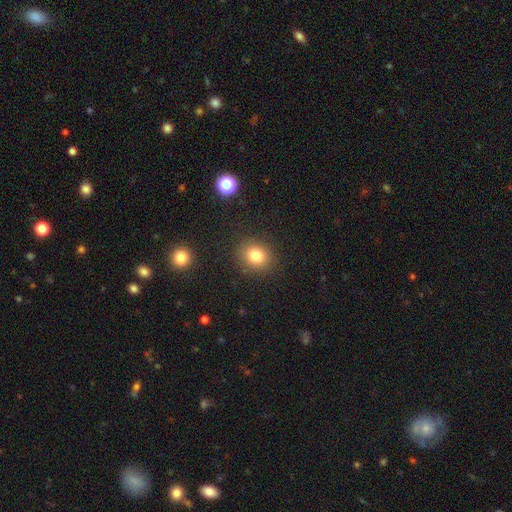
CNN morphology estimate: smooth-or-featured: smooth: 80% | star or artifact: 12% | featured or disk: 7%
  how-rounded: round: 77% | in between: 22% | cigar-shaped: 1%
  merging: none: 88% | minor disturbance: 8% | major disturbance: 3% | merger: 2%